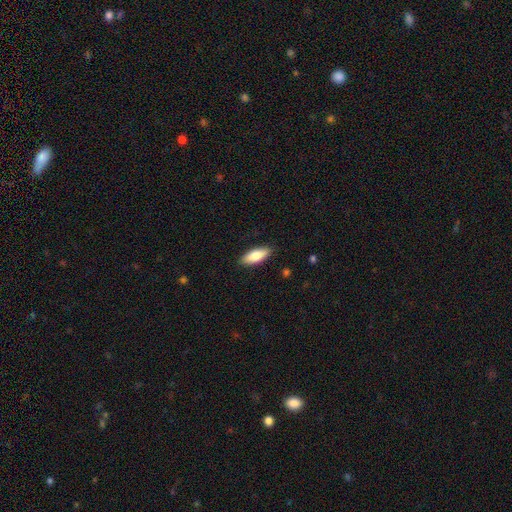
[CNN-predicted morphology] type=smooth (80%); roundness=in between (74%); merging=none (88%).